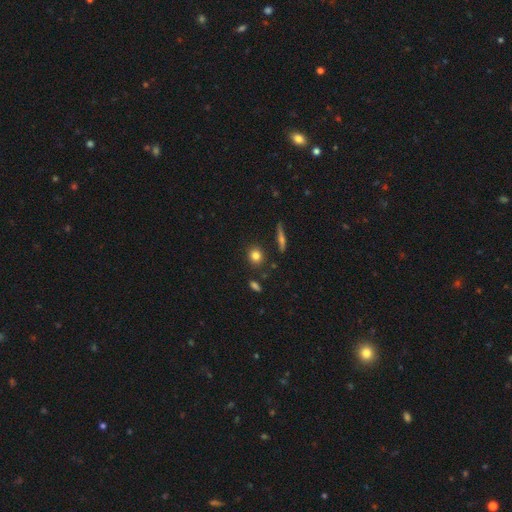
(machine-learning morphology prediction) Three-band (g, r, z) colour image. It shows a smooth galaxy with no disk features (81%) that is round (72%). Merging: none (86%).